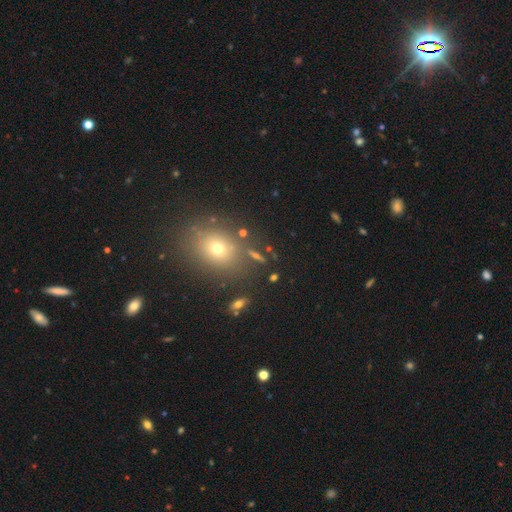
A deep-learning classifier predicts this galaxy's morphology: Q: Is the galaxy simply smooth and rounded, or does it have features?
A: smooth — 45%.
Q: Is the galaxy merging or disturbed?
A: none — 78%.